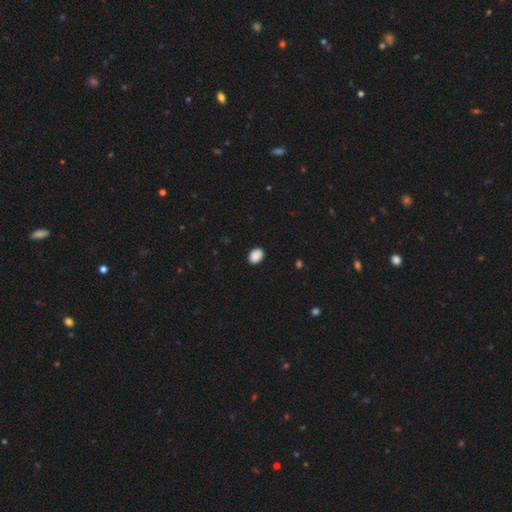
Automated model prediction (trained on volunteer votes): smooth-or-featured: smooth: 88% | star or artifact: 8% | featured or disk: 4%
  how-rounded: in between: 70% | round: 29% | cigar-shaped: 1%
  merging: none: 85% | minor disturbance: 12% | major disturbance: 2% | merger: 1%